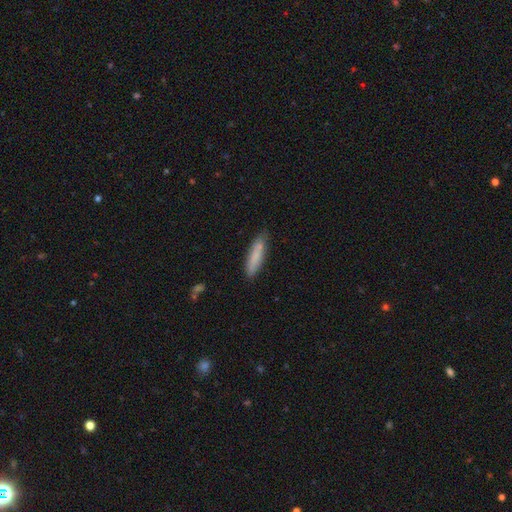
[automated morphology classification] Smooth or featured? Predicted: smooth (p=0.79). How rounded? Predicted: cigar-shaped (p=0.82). Merging? Predicted: none (p=0.80).